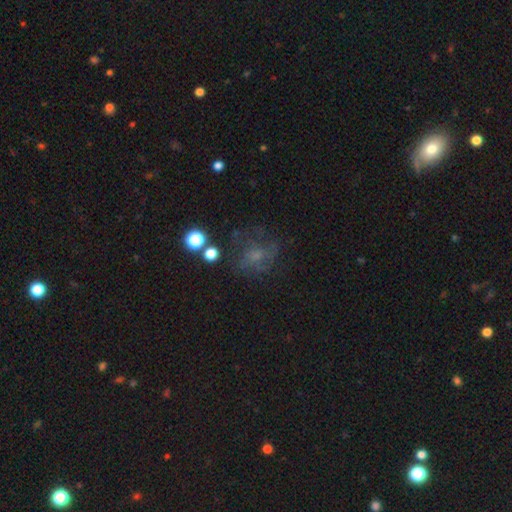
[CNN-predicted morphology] Smooth or featured? featured or disk (43%)
Merging? none (56%)